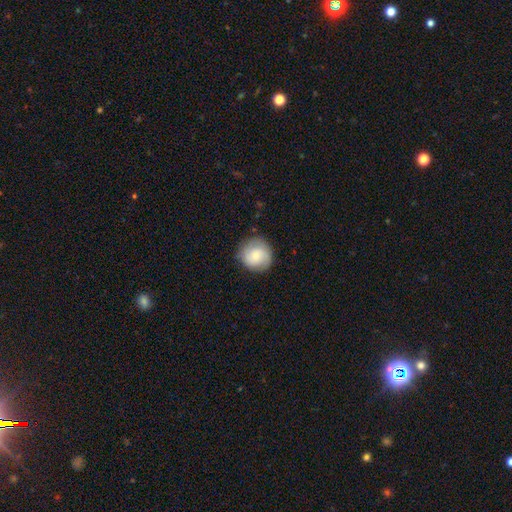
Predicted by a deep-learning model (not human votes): Smooth or featured? Predicted: smooth (p=0.65). How rounded? Predicted: round (p=0.92). Merging? Predicted: none (p=0.84).